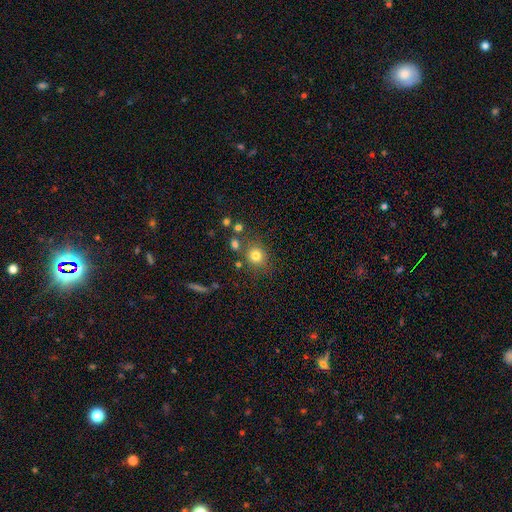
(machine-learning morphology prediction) Smooth or featured? smooth (78%)
How rounded? round (84%)
Merging? none (75%)